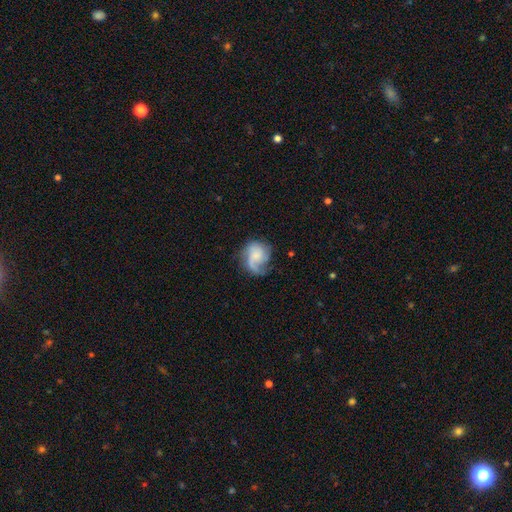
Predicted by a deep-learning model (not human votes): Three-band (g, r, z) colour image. It shows a featured or disk galaxy (62%) with no bar (69%), 1 (44%) loose (41%) spiral arms (91%) and a small central bulge (35%). Merging: none (50%).